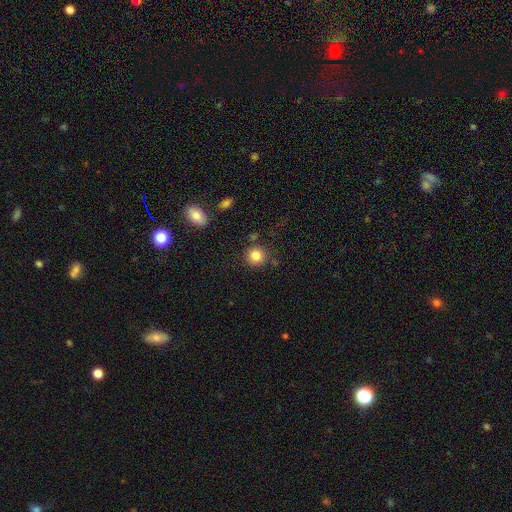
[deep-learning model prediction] This appears to be a smooth galaxy with no disk features (84%) that is round (90%). Merging: none (81%).